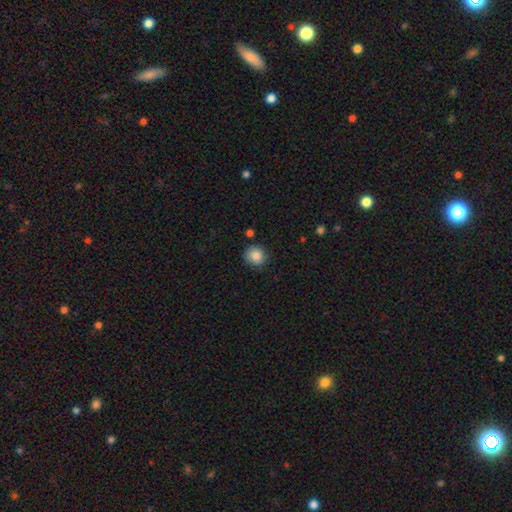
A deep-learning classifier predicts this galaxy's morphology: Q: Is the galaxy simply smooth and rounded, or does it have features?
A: smooth — 86%.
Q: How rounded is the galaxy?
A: round — 89%.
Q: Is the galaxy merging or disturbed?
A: none — 82%.